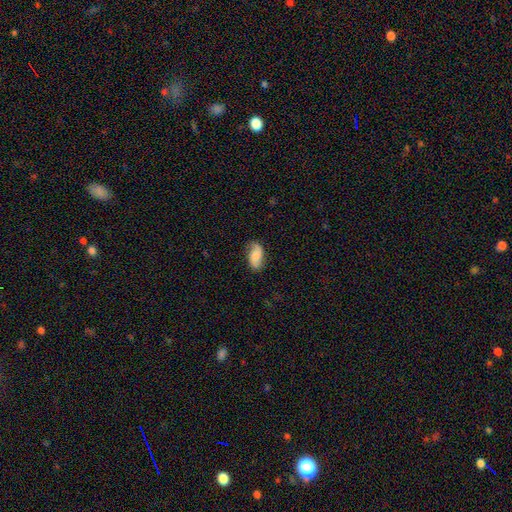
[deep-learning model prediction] Smooth or featured?
  - smooth: 62% *
  - featured or disk: 31%
  - star or artifact: 8%
How rounded?
  - in between: 92% *
  - cigar-shaped: 4%
  - round: 4%
Merging?
  - none: 70% *
  - minor disturbance: 22%
  - major disturbance: 6%
  - merger: 1%